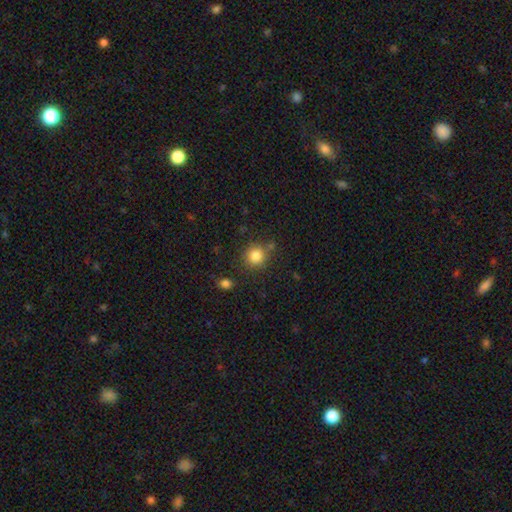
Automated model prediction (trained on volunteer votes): A smooth galaxy with no disk features (83%) that is round (90%). Merging: none (79%).